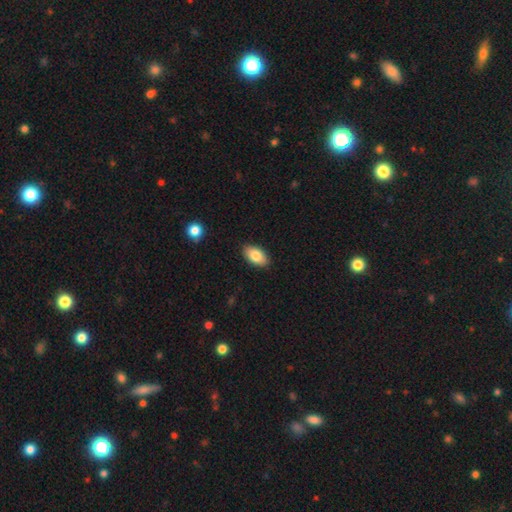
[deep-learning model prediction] This is clearly a smooth galaxy (84%). How rounded: clearly in between (93%). Merging: clearly none (88%).